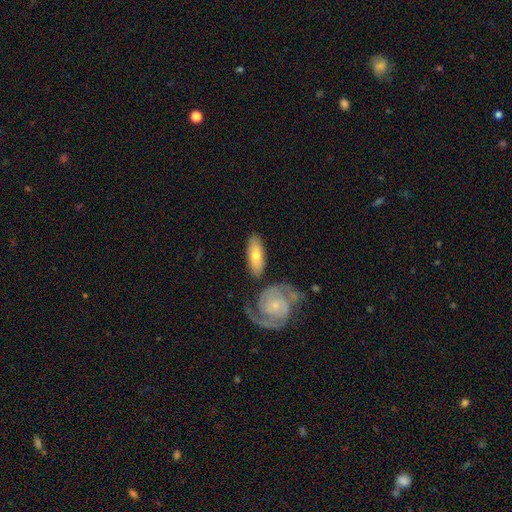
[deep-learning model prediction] Overall: featured or disk (48%; smooth 47%). Merging: none (70%).